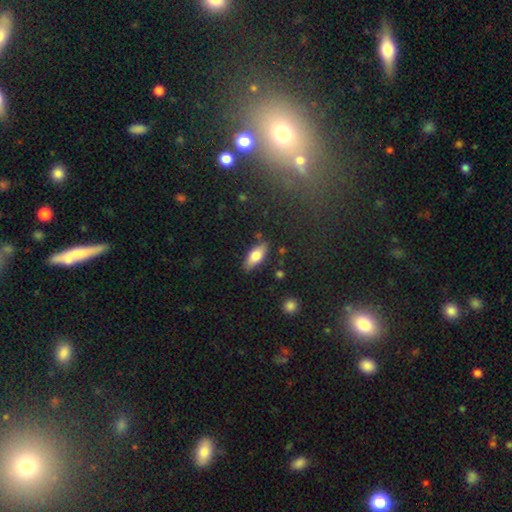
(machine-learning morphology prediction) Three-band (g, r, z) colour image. It shows a smooth galaxy with no disk features (70%) that is in between round and cigar-shaped (75%). Merging: none (84%).